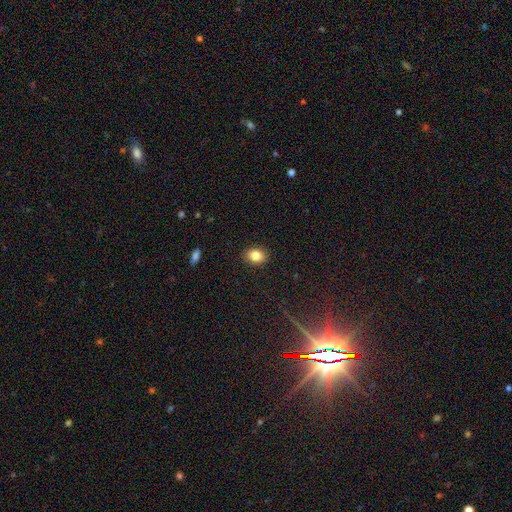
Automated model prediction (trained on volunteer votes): Morphology: type=smooth (83%); roundness=in between (69%); merging=none (89%).